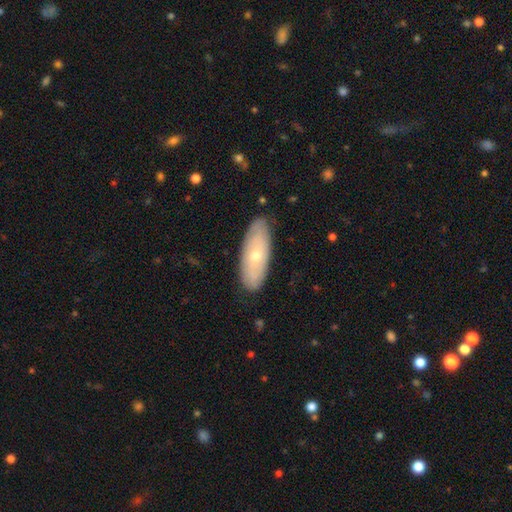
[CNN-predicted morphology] Smooth or featured: featured or disk — 48% (smooth — 45%)
Merging: none — 83% (minor disturbance — 14%)